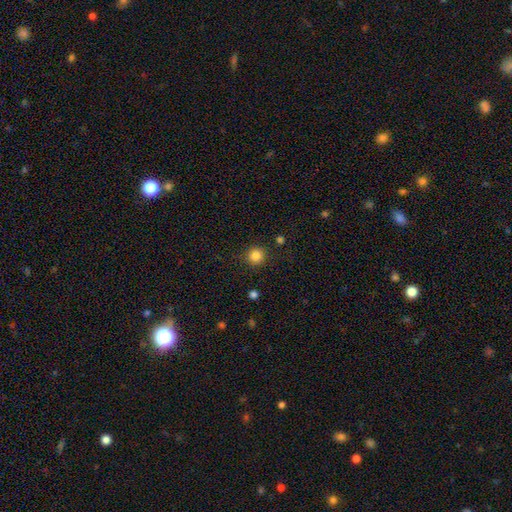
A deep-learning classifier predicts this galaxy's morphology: Overall: smooth (84%). How rounded: round (94%). Merging: none (90%).